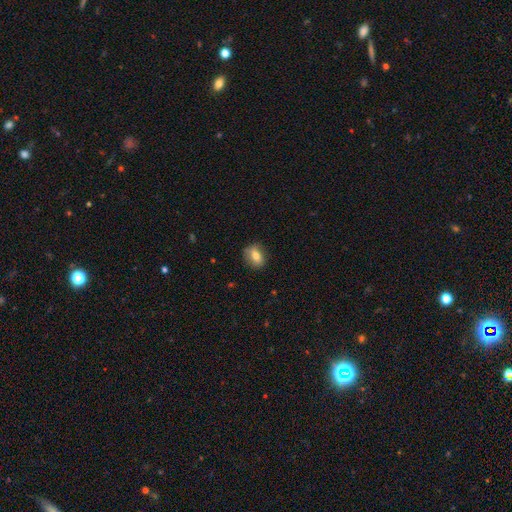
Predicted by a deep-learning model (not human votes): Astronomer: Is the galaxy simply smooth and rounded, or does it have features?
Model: smooth — 73%.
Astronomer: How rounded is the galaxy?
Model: in between — 61%.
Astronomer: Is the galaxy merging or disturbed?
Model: none — 82%.